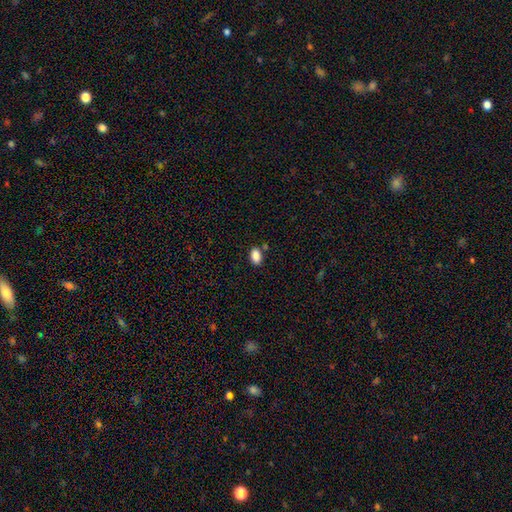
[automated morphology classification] Smooth or featured? Predicted: smooth (p=0.88). How rounded? Predicted: in between (p=0.90). Merging? Predicted: none (p=0.79).